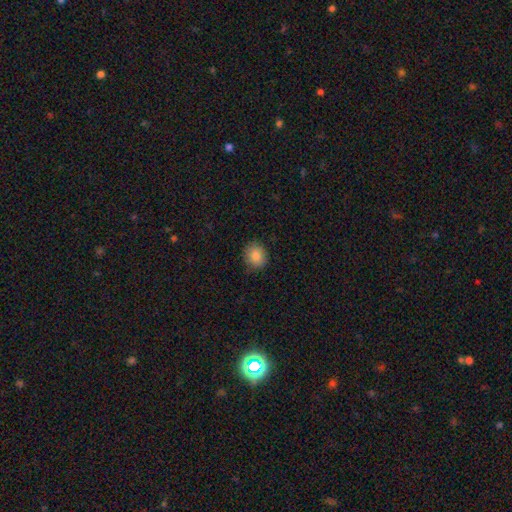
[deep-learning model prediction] A smooth galaxy with no disk features (85%) that is round (77%).

Vote fractions:
- Smooth or featured? smooth: 85% / star or artifact: 9% / featured or disk: 6%
- How rounded? round: 77% / in between: 22% / cigar-shaped: 1%
- Merging? none: 86% / minor disturbance: 11% / major disturbance: 2% / merger: 1%